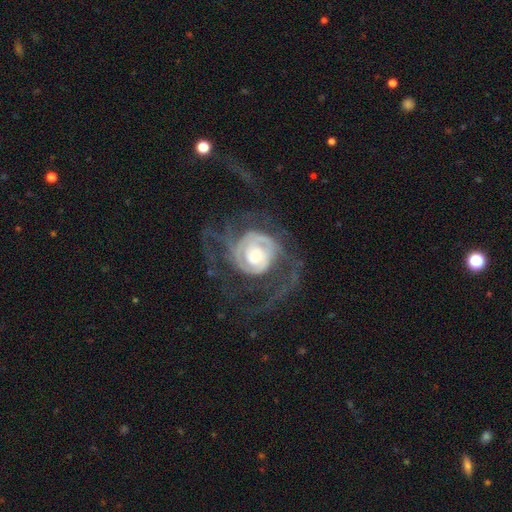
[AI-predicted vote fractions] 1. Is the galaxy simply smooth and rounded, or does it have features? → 88% featured or disk, 7% smooth, 5% star or artifact.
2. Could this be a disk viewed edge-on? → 97% no, 3% yes.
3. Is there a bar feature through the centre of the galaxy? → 70% no, 23% weak, 8% strong.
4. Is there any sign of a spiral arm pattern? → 95% yes, 5% no.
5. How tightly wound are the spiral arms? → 54% tight, 31% medium, 15% loose.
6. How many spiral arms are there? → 34% 2, 23% can't tell, 19% 3, 9% 1, 8% 4, 7% more than 4.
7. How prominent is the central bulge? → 48% moderate, 40% small, 9% large, 2% dominant, 1% none.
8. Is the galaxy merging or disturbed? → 52% none, 33% major disturbance, 14% minor disturbance, 2% merger.